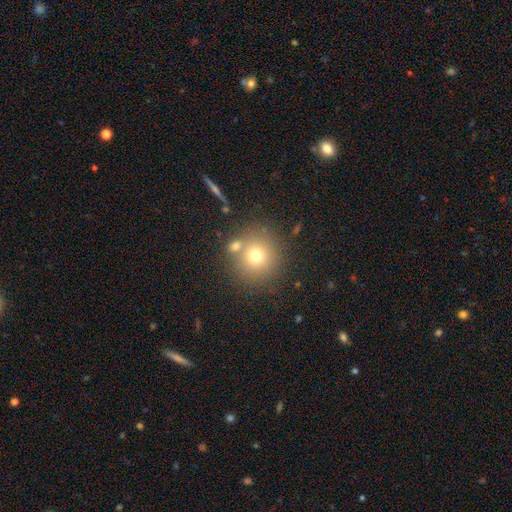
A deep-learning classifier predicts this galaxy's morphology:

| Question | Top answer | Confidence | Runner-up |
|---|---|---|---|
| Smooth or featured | smooth | 71% | star or artifact (15%) |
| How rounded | round | 92% | in between (7%) |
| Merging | none | 72% | merger (15%) |